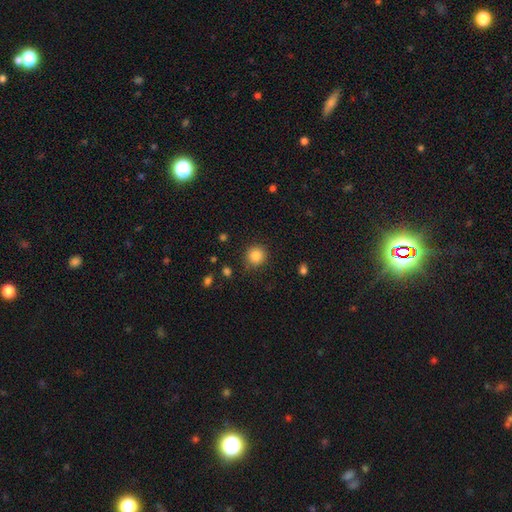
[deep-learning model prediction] This appears to be a smooth galaxy with no disk features (85%) that is round (92%). Merging: none (86%).